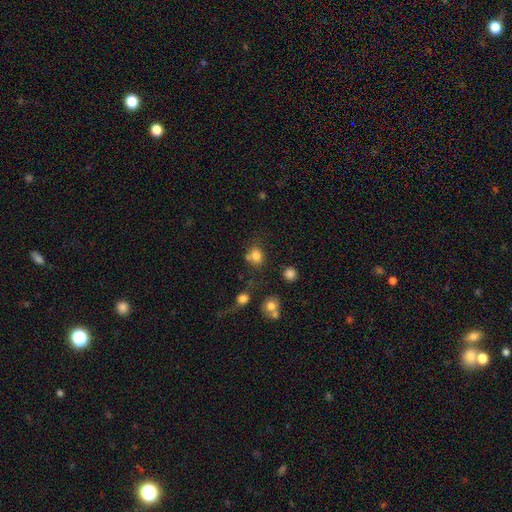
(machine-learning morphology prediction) Smooth or featured? smooth (79%)
How rounded? round (67%)
Merging? none (56%)